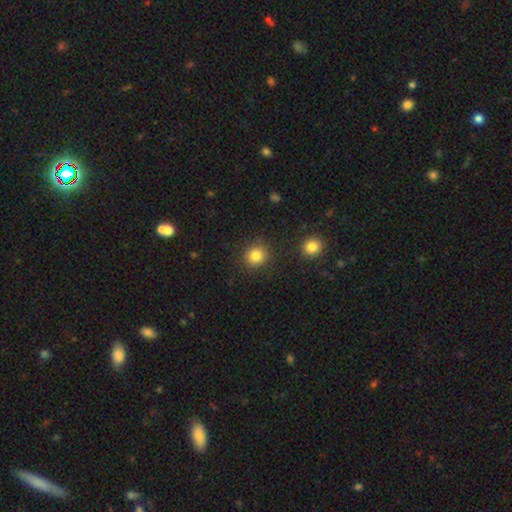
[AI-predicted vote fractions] smooth-or-featured: smooth: 84% | star or artifact: 11% | featured or disk: 5%
  how-rounded: round: 86% | in between: 13% | cigar-shaped: 1%
  merging: none: 88% | minor disturbance: 7% | major disturbance: 3% | merger: 3%